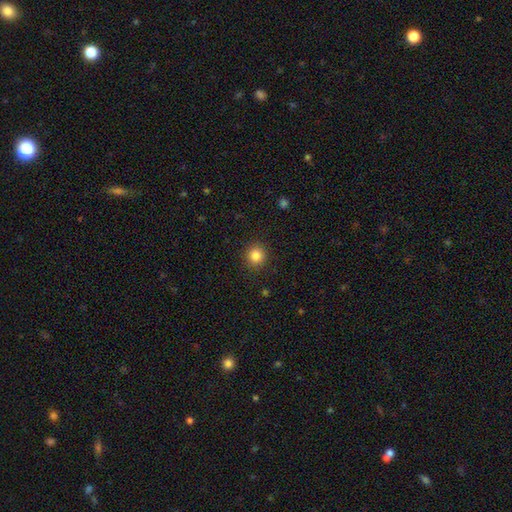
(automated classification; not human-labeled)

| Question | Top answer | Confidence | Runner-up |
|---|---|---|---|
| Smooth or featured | smooth | 85% | star or artifact (11%) |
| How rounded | round | 92% | in between (7%) |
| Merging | none | 91% | minor disturbance (6%) |